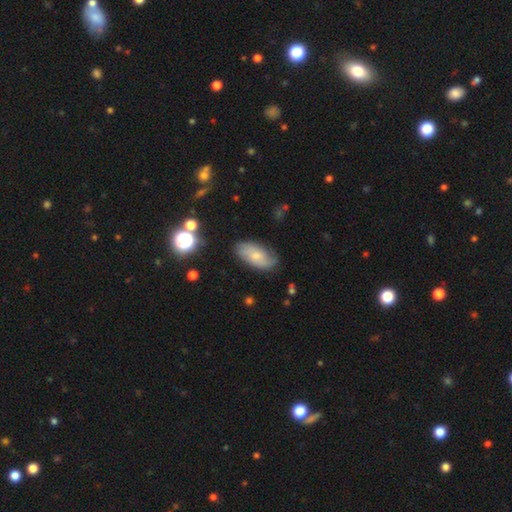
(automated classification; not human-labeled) Q: Smooth or featured?
A: smooth (51%); runner-up: featured or disk (40%)
Q: How rounded?
A: in between (91%); runner-up: cigar-shaped (5%)
Q: Merging?
A: none (72%); runner-up: minor disturbance (21%)